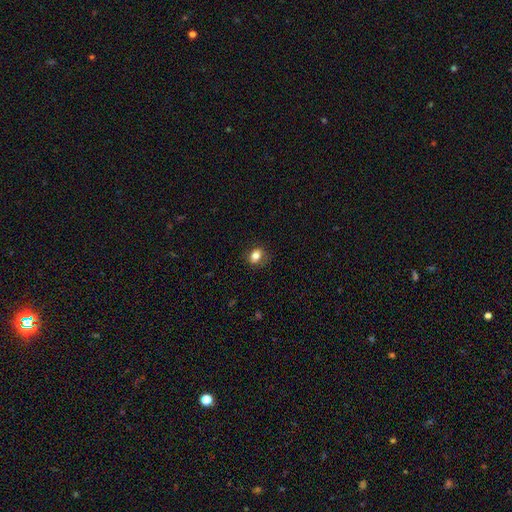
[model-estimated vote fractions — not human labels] This is likely a smooth galaxy (80%). How rounded: likely in between (61%). Merging: likely none (79%).